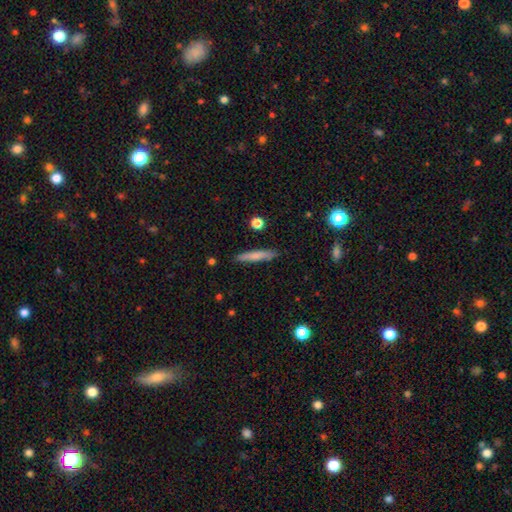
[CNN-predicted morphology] This appears to be a smooth galaxy with no disk features (71%) that is cigar-shaped (93%). Merging: none (87%).